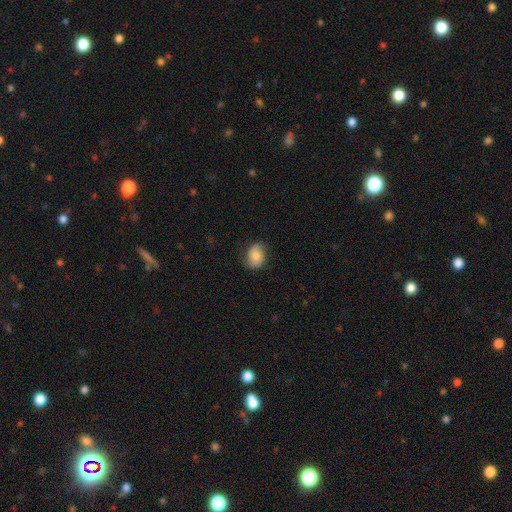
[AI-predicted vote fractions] smooth 70%, featured or disk 22%, star or artifact 8%. Down the decision tree: how rounded — in between (66%); merging — none (74%).